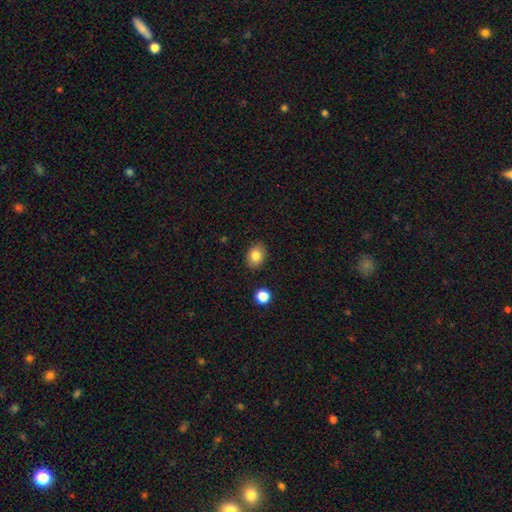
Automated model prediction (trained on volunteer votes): smooth-or-featured: smooth: 83% | star or artifact: 9% | featured or disk: 7%
  how-rounded: in between: 60% | round: 39% | cigar-shaped: 1%
  merging: none: 87% | minor disturbance: 9% | major disturbance: 2% | merger: 2%